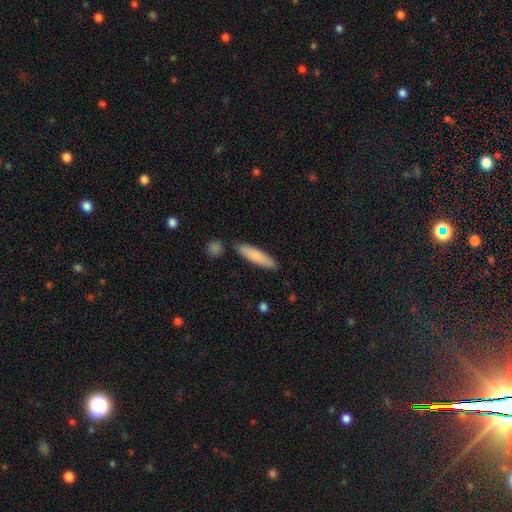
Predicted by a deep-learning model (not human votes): Smooth or featured?
  - smooth: 81% *
  - featured or disk: 13%
  - star or artifact: 5%
How rounded?
  - cigar-shaped: 80% *
  - in between: 19%
  - round: 1%
Merging?
  - none: 83% *
  - minor disturbance: 10%
  - merger: 4%
  - major disturbance: 2%